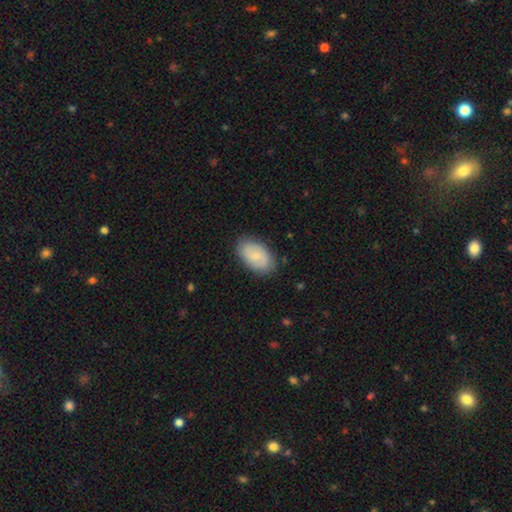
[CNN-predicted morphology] This appears to be a smooth galaxy with no disk features (62%) that is in between round and cigar-shaped (92%). Merging: none (82%).